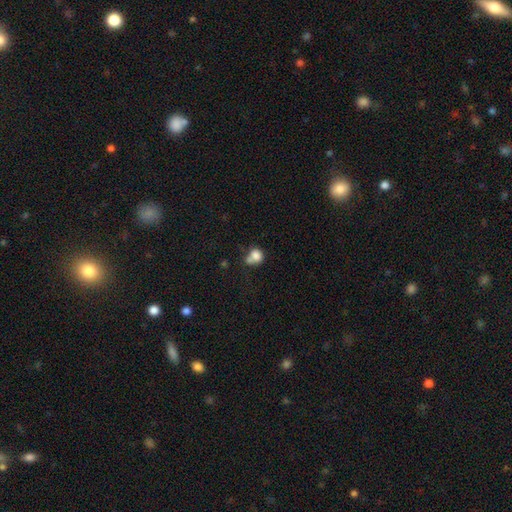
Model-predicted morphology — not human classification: The model was most divided on "merging": none: 39%, merger: 36%, minor disturbance: 16%, major disturbance: 8%. More confident: smooth or featured — smooth (80%); how rounded — round (71%).